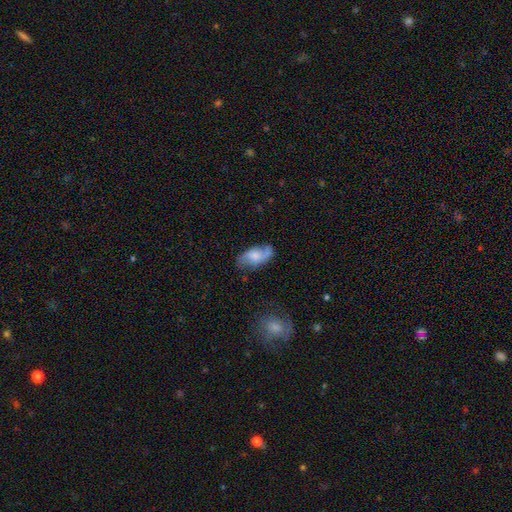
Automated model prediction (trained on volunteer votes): Q: Smooth or featured?
A: featured or disk (53%); runner-up: smooth (40%)
Q: Edge-on disk?
A: no (94%); runner-up: yes (6%)
Q: Merging?
A: none (63%); runner-up: minor disturbance (24%)